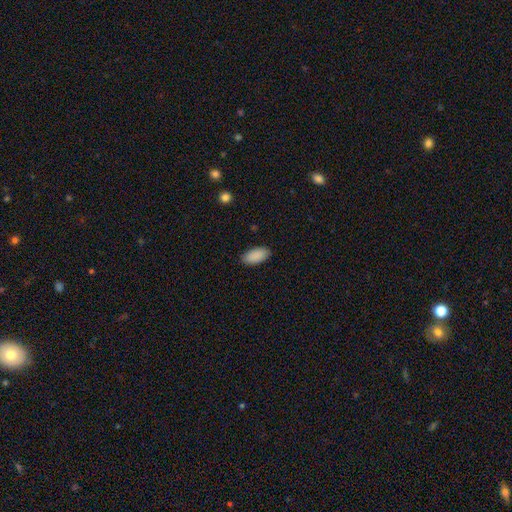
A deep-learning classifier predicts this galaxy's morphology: This appears to be a smooth galaxy with no disk features (90%) that is in between round and cigar-shaped (93%). Merging: none (88%).